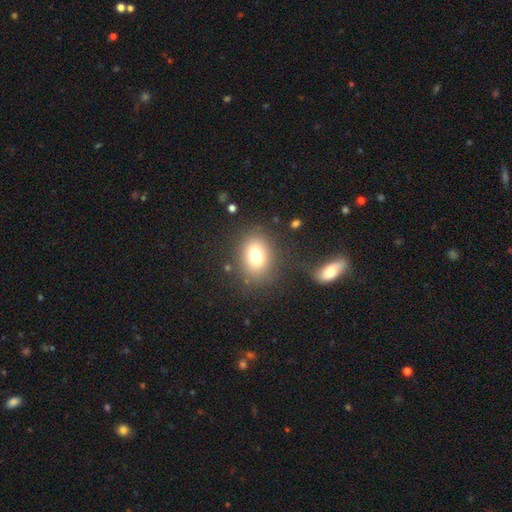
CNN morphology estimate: This is likely a smooth galaxy (76%). How rounded: possibly in between (58%). Merging: clearly none (80%).